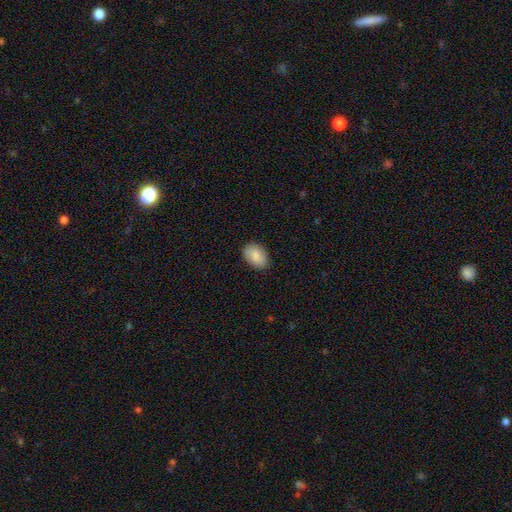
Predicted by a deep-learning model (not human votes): A smooth galaxy with no disk features (87%) that is in between round and cigar-shaped (81%).

Vote fractions:
- Smooth or featured? smooth: 87% / star or artifact: 7% / featured or disk: 6%
- How rounded? in between: 81% / round: 17% / cigar-shaped: 1%
- Merging? none: 85% / minor disturbance: 12% / major disturbance: 2% / merger: 1%